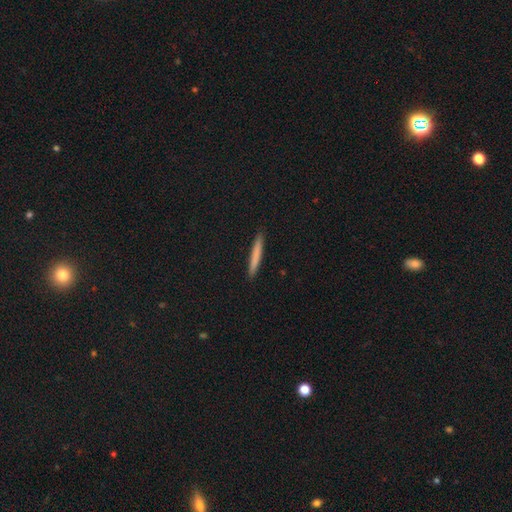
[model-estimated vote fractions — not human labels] A smooth galaxy with no disk features (76%) that is cigar-shaped (96%). Merging: none (92%).